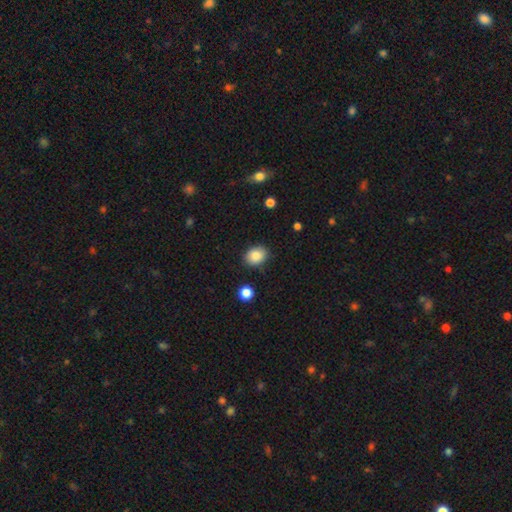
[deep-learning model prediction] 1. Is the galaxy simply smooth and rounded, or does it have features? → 87% smooth, 8% star or artifact, 5% featured or disk.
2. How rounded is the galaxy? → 57% in between, 42% round, 1% cigar-shaped.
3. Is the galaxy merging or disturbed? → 83% none, 12% minor disturbance, 3% major disturbance, 2% merger.